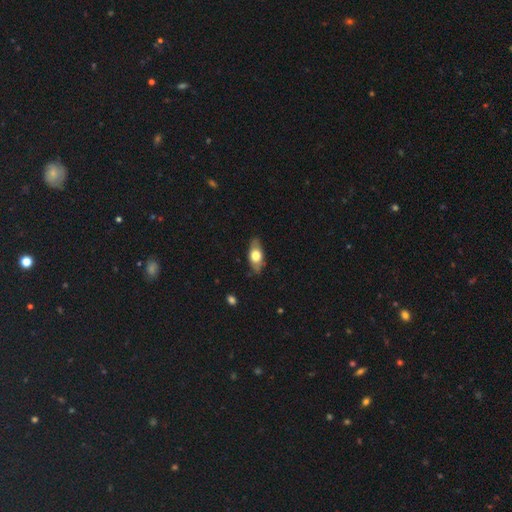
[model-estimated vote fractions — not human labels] Smooth or featured?
  - smooth: 61% *
  - featured or disk: 33%
  - star or artifact: 6%
How rounded?
  - in between: 81% *
  - cigar-shaped: 14%
  - round: 5%
Merging?
  - none: 81% *
  - minor disturbance: 15%
  - major disturbance: 3%
  - merger: 1%